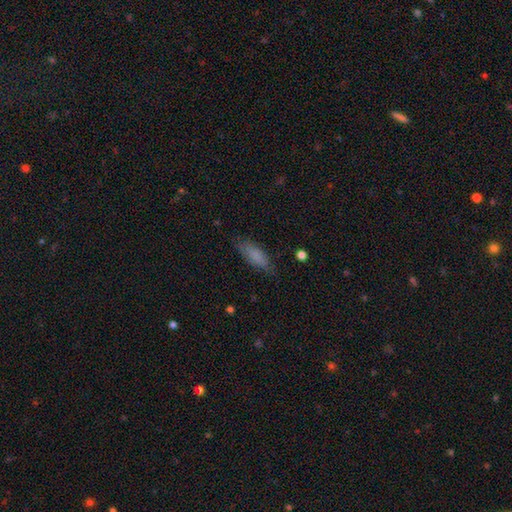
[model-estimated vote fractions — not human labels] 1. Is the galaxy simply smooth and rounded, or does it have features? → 79% smooth, 13% featured or disk, 7% star or artifact.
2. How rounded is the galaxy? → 64% in between, 34% cigar-shaped, 2% round.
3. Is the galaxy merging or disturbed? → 77% none, 17% minor disturbance, 5% major disturbance, 1% merger.